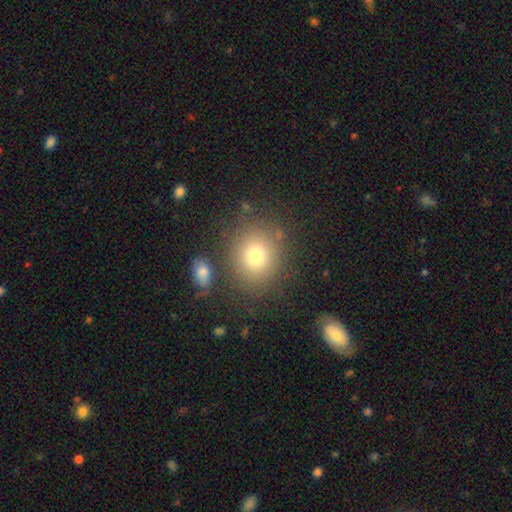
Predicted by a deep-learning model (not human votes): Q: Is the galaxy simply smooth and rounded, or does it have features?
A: smooth — 75%.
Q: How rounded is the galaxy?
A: round — 79%.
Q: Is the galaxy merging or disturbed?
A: none — 81%.